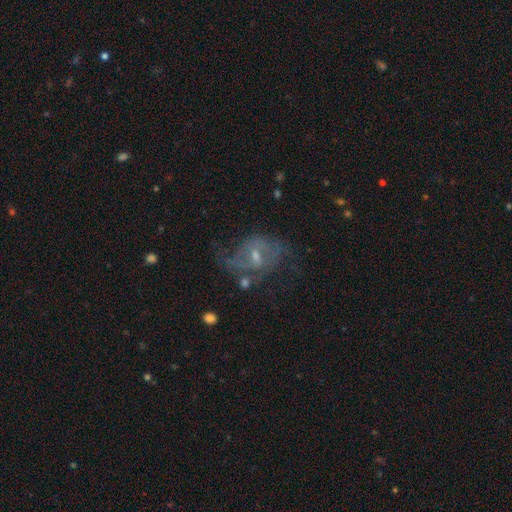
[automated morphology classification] smooth_or_featured: featured or disk (p=0.76) [alt: smooth p=0.15]
disk_edge_on: no (p=0.97) [alt: yes p=0.03]
bar: weak (p=0.55) [alt: no p=0.30]
has_spiral_arms: yes (p=0.81) [alt: no p=0.19]
spiral_winding: medium (p=0.42) [tied with: loose p=0.42]
spiral_arm_count: 2 (p=0.70) [alt: can't tell p=0.16]
bulge_size: small (p=0.49) [alt: moderate p=0.44]
merging: none (p=0.47) [alt: major disturbance p=0.25]